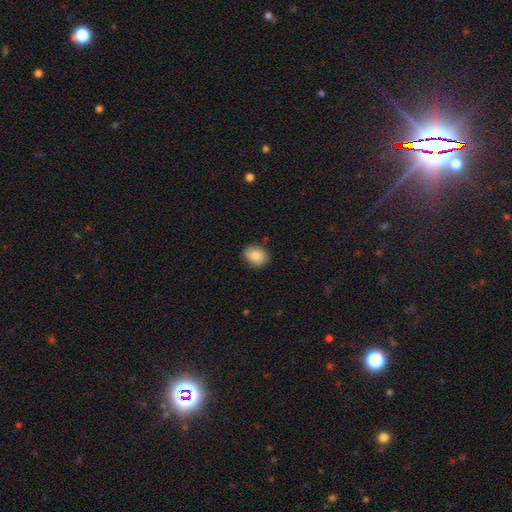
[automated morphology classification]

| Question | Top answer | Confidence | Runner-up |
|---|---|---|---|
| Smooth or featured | smooth | 87% | star or artifact (7%) |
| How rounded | in between | 56% | round (43%) |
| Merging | none | 84% | minor disturbance (12%) |